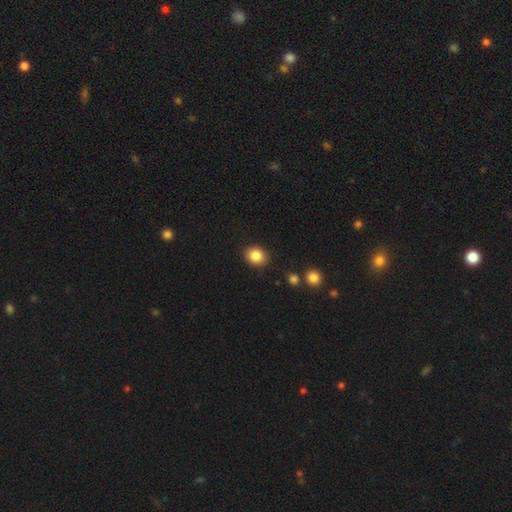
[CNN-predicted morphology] Smooth or featured? smooth (85%)
How rounded? round (68%)
Merging? none (89%)